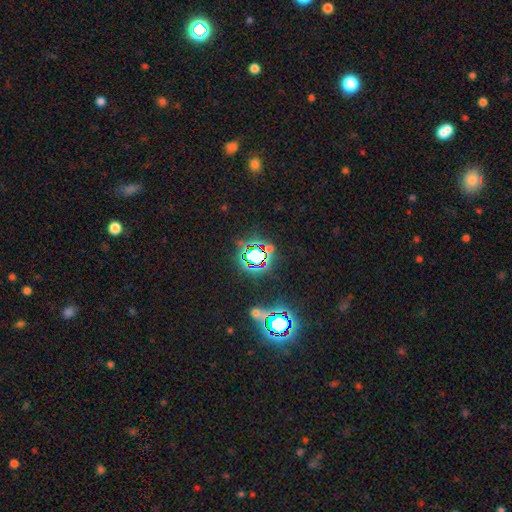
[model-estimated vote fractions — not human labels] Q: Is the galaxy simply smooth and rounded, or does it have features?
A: star or artifact — 74%.